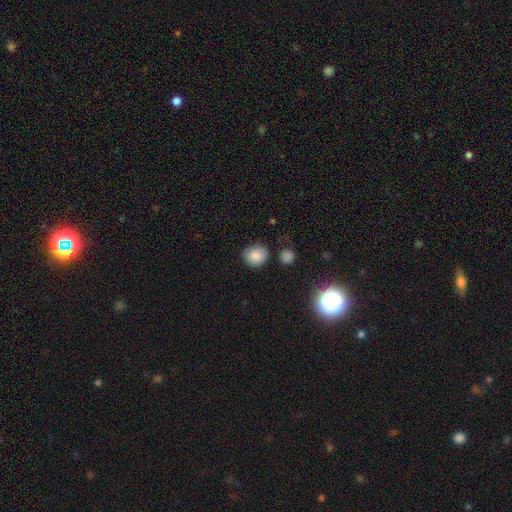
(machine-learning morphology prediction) smooth_or_featured: smooth (p=0.85) [alt: star or artifact p=0.09]
how_rounded: round (p=0.76) [alt: in between p=0.23]
merging: none (p=0.79) [alt: minor disturbance p=0.14]